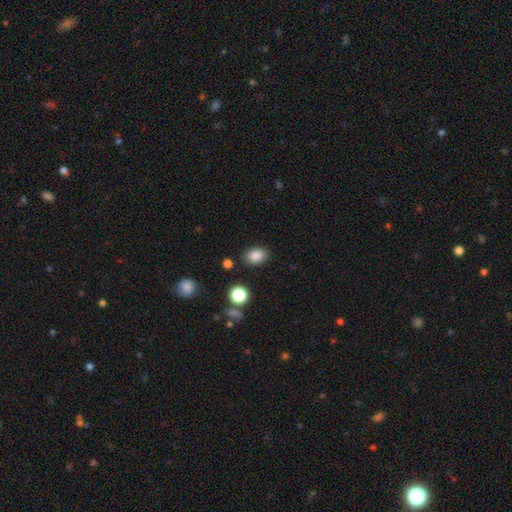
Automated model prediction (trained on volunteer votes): Overall: smooth (84%). How rounded: in between (74%). Merging: none (84%).